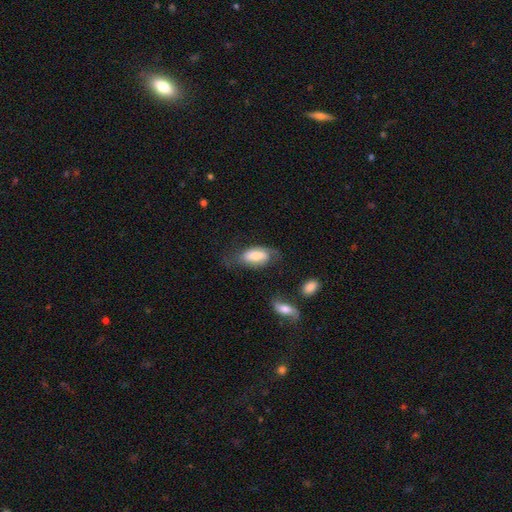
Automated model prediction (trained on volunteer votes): smooth 61%, featured or disk 32%, star or artifact 7%. Down the decision tree: how rounded — in between (89%); merging — none (49%).